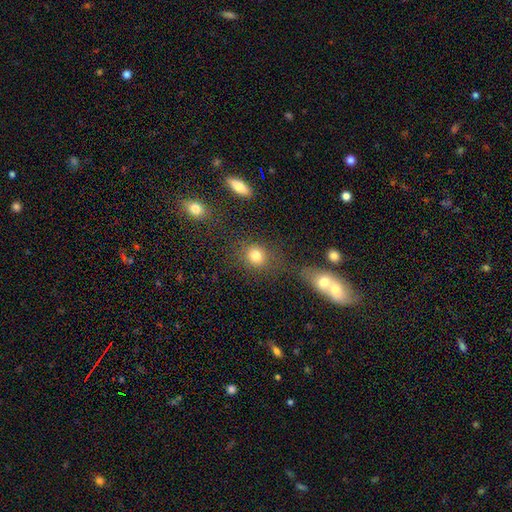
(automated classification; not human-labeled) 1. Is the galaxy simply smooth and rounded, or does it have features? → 81% smooth, 12% star or artifact, 7% featured or disk.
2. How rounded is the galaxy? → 74% round, 25% in between, 2% cigar-shaped.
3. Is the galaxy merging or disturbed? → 70% none, 13% minor disturbance, 10% merger, 7% major disturbance.